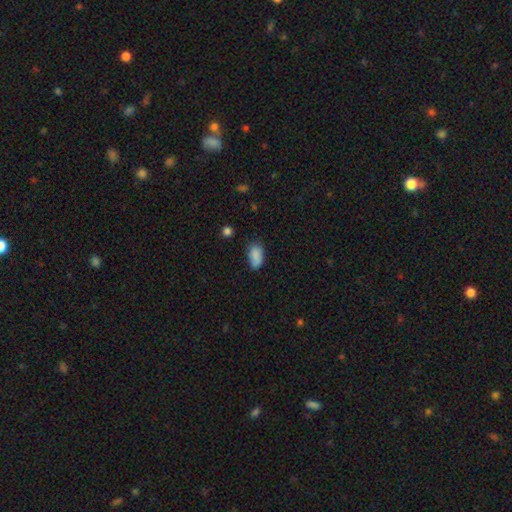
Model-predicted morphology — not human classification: Overall: smooth (85%). How rounded: in between (92%). Merging: none (61%; minor disturbance 30%).